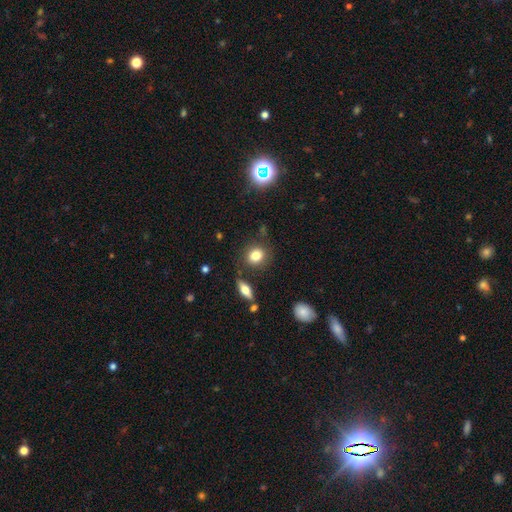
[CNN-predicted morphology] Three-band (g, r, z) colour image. It shows a smooth galaxy with no disk features (80%) that is round (70%). Merging: none (81%).